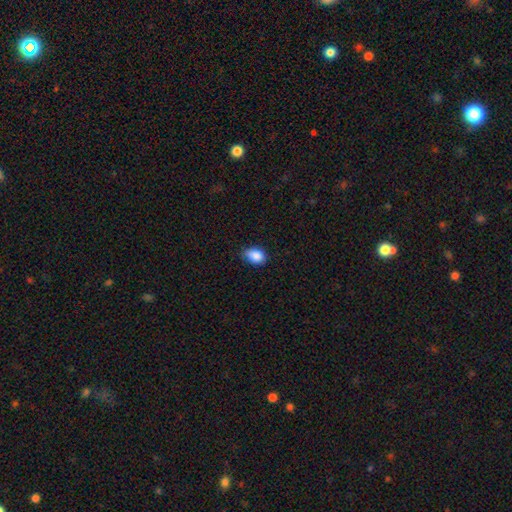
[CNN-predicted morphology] Overall: smooth (88%). How rounded: in between (80%). Merging: none (69%).